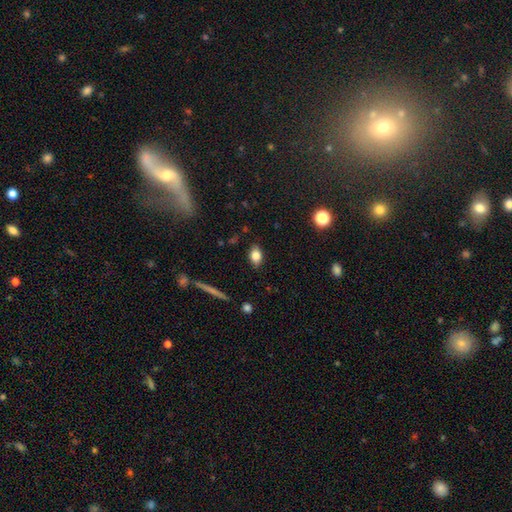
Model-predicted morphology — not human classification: The model was most divided on "how rounded": in between: 83%, round: 14%, cigar-shaped: 3%. More confident: merging — none (85%); smooth or featured — smooth (80%).